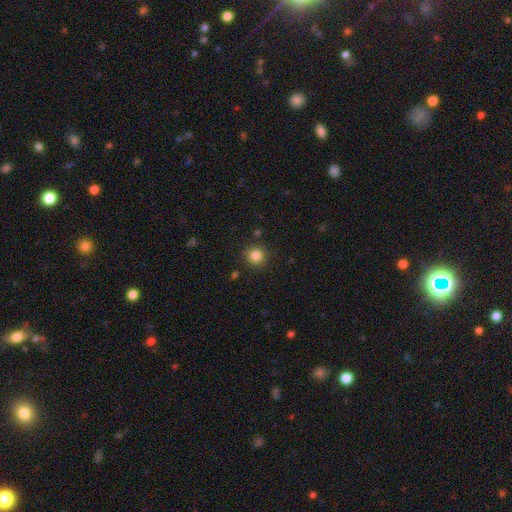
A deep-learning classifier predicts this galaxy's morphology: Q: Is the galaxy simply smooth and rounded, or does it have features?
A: smooth — 84%.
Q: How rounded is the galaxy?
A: round — 93%.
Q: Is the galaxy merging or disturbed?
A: none — 89%.